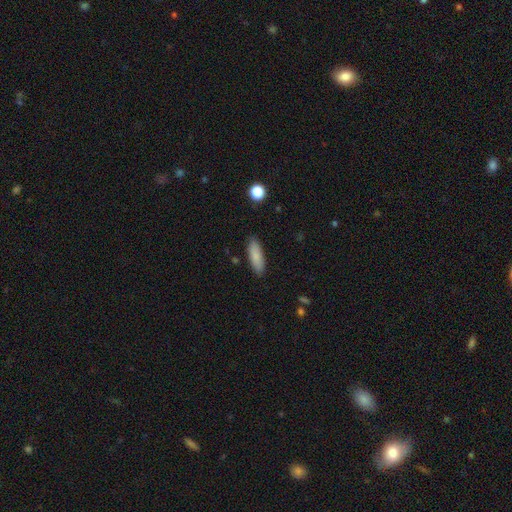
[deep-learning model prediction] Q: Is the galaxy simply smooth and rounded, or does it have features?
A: smooth — 84%.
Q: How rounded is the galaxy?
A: in between — 55%.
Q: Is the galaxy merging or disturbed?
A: none — 88%.